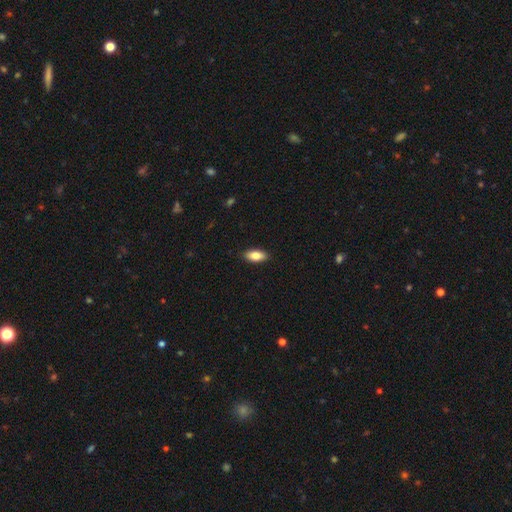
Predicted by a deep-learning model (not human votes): This appears to be a smooth galaxy with no disk features (83%) that is in between round and cigar-shaped (88%). Merging: none (89%).